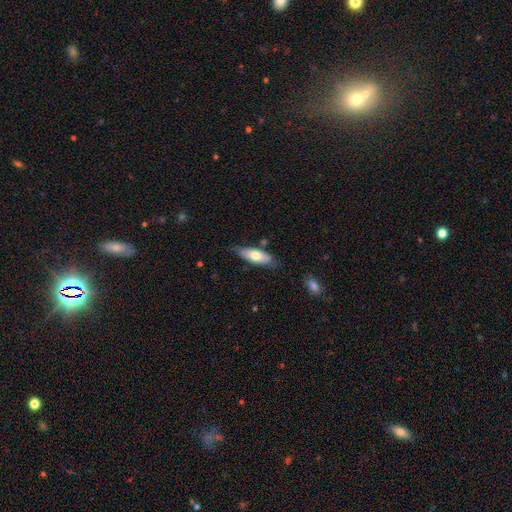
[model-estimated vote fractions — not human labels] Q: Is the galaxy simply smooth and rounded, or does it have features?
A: smooth — 67%.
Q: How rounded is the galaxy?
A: in between — 71%.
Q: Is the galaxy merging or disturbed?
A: none — 70%.